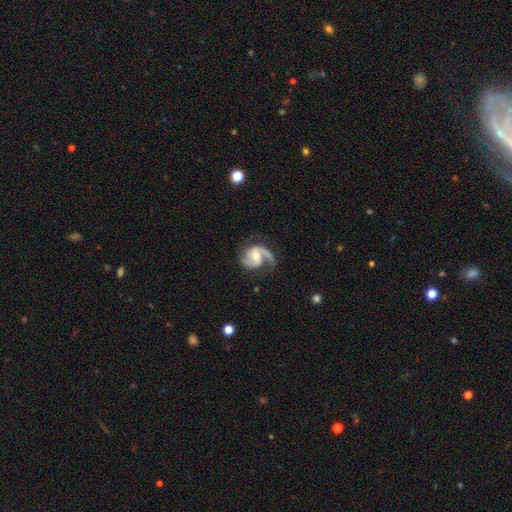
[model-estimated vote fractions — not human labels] This is clearly a featured or disk galaxy (88%). It is clearly not viewed edge-on (98%). Bar: possibly no (46%). Spiral arm pattern: clearly yes (97%). Spiral arm count: likely 2 (77%). Spiral winding: possibly medium (54%). Central bulge: likely moderate (61%). Merging: likely none (64%).